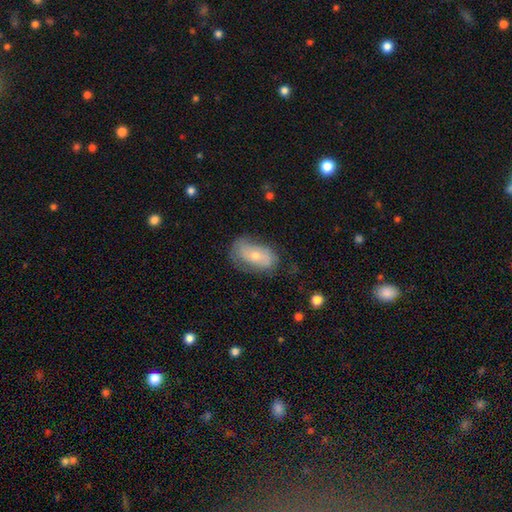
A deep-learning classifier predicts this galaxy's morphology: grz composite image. It shows a featured or disk galaxy (50%). Merging: none (60%).